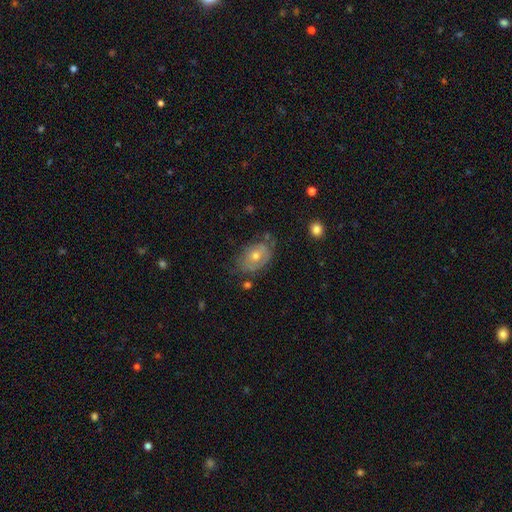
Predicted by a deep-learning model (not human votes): Smooth or featured? Predicted: featured or disk (p=0.50). Edge-on disk? Predicted: no (p=0.93). Merging? Predicted: none (p=0.63).